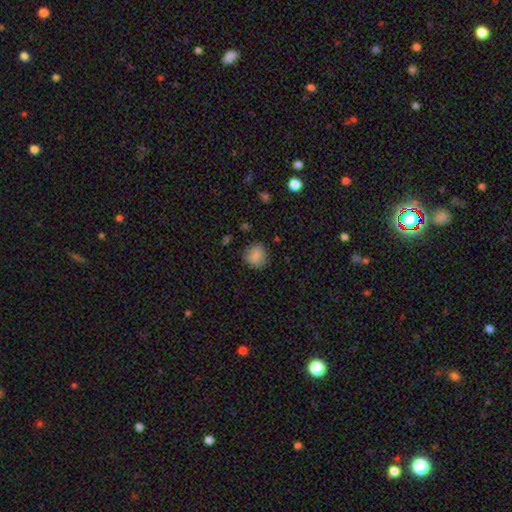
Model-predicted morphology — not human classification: A smooth galaxy with no disk features (84%) that is round (82%).

Vote fractions:
- Smooth or featured? smooth: 84% / star or artifact: 9% / featured or disk: 7%
- How rounded? round: 82% / in between: 17% / cigar-shaped: 1%
- Merging? none: 80% / minor disturbance: 15% / major disturbance: 4% / merger: 1%